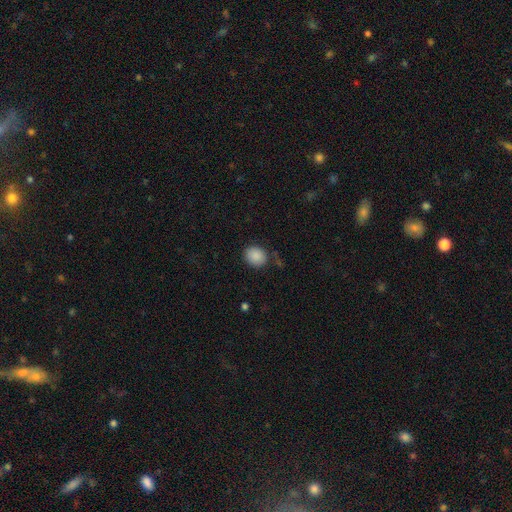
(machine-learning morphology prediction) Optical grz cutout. It shows a smooth galaxy with no disk features (88%) that is round (66%). Merging: none (79%).